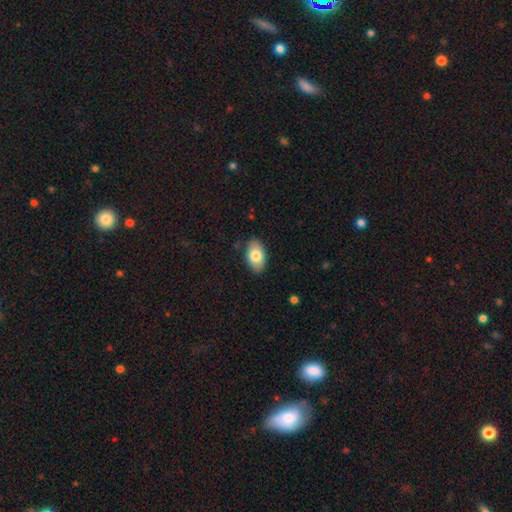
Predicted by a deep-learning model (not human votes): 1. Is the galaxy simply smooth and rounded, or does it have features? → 78% smooth, 15% featured or disk, 6% star or artifact.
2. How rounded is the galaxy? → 93% in between, 6% round, 1% cigar-shaped.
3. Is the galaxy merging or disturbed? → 85% none, 12% minor disturbance, 2% major disturbance, 1% merger.